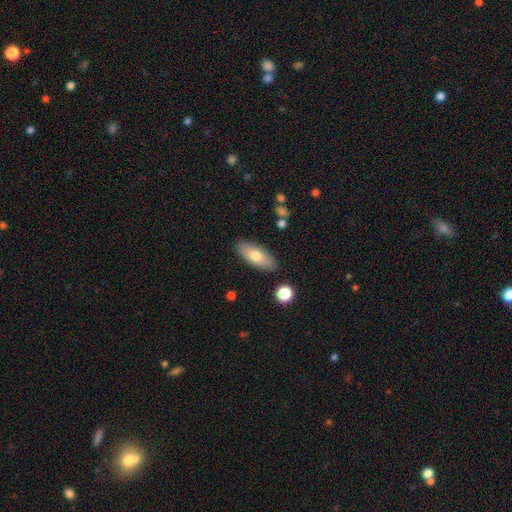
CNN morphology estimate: smooth_or_featured: smooth (p=0.73) [alt: featured or disk p=0.21]
how_rounded: in between (p=0.83) [alt: cigar-shaped p=0.14]
merging: none (p=0.86) [alt: minor disturbance p=0.10]